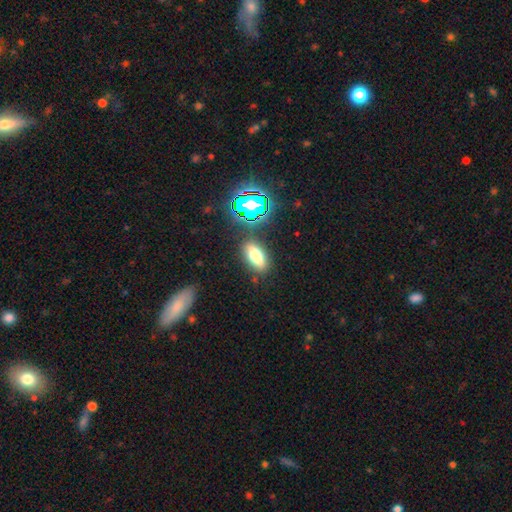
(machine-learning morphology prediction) A smooth galaxy with no disk features (62%) that is in between round and cigar-shaped (76%). Merging: none (84%).